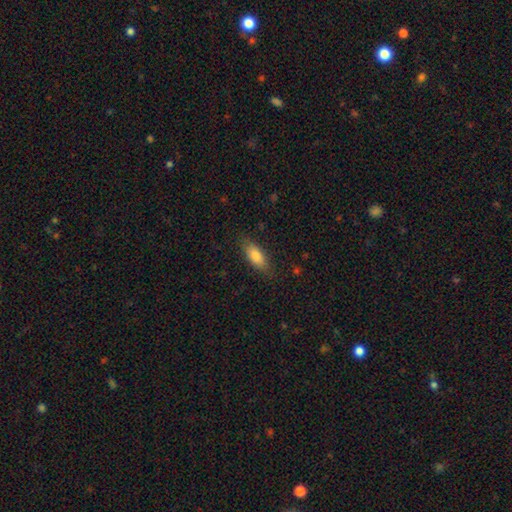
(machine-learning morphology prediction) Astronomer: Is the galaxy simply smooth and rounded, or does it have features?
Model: smooth — 82%.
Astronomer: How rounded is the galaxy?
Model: in between — 77%.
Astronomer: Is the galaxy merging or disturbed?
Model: none — 82%.